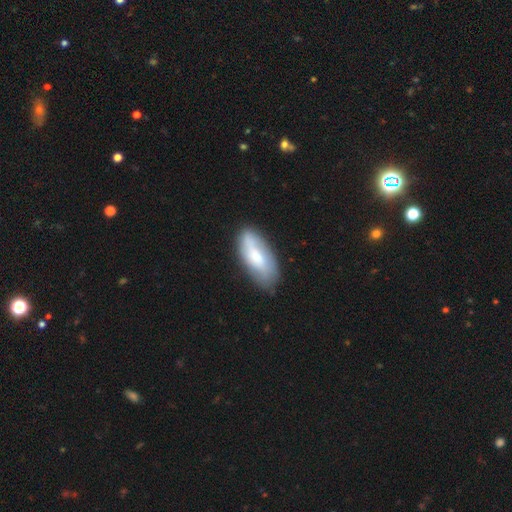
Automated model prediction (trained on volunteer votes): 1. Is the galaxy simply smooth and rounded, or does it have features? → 62% smooth, 32% featured or disk, 6% star or artifact.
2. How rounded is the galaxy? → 83% in between, 15% cigar-shaped, 2% round.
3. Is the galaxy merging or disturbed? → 70% none, 22% minor disturbance, 6% major disturbance, 3% merger.